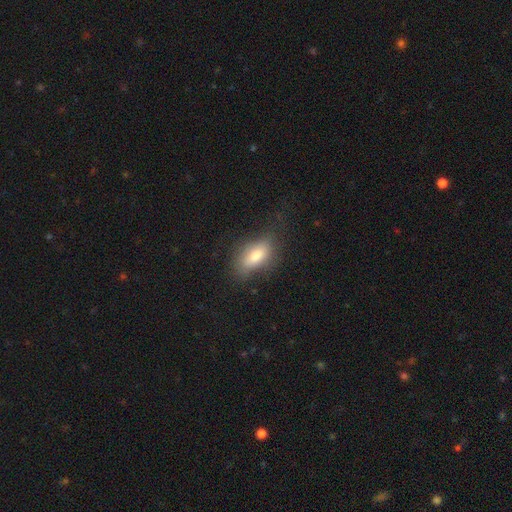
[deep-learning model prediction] smooth 76%, featured or disk 16%, star or artifact 8%. Down the decision tree: how rounded — in between (86%); merging — none (64%).